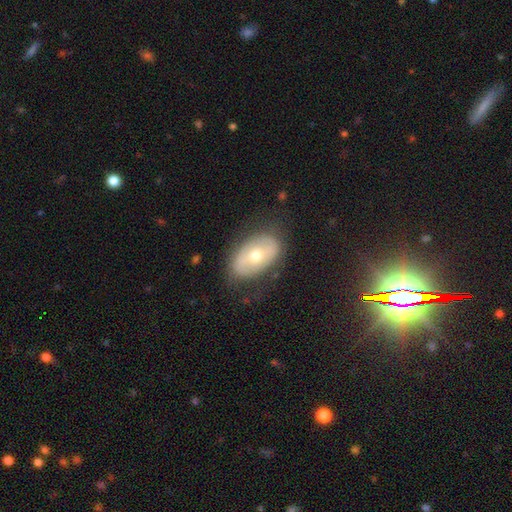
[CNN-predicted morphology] Smooth or featured: featured or disk — 47% (smooth — 46%)
Merging: none — 76% (minor disturbance — 16%)